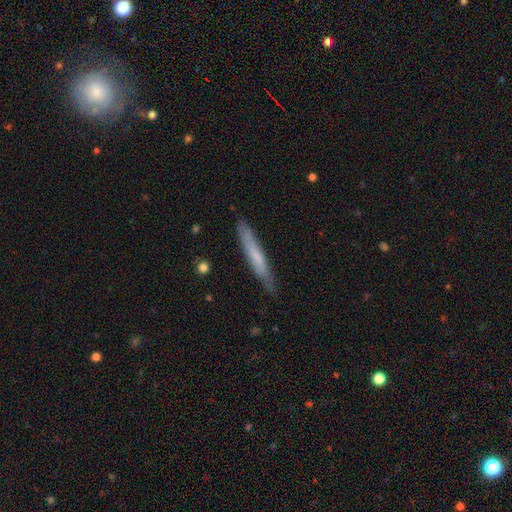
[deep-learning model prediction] Smooth or featured: smooth — 56% (featured or disk — 38%)
How rounded: cigar-shaped — 94% (in between — 5%)
Merging: none — 82% (minor disturbance — 15%)